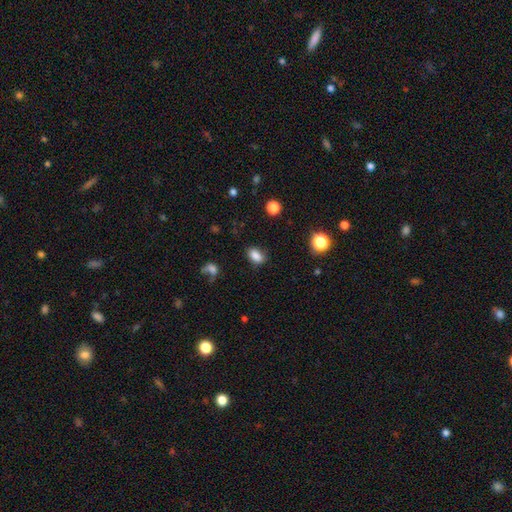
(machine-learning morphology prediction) smooth 85%, star or artifact 10%, featured or disk 5%. Down the decision tree: how rounded — in between (86%); merging — none (81%).